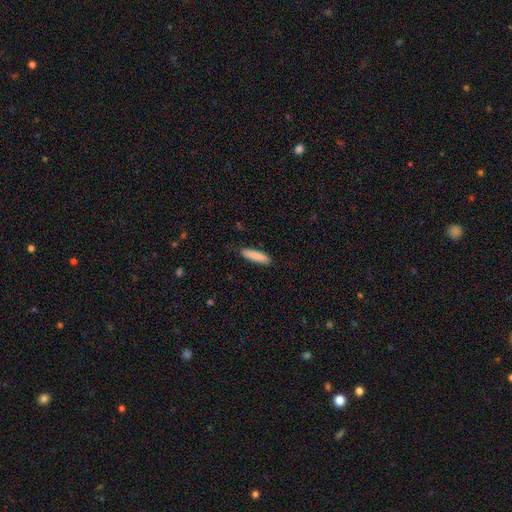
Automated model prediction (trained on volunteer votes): This is clearly a smooth galaxy (87%). How rounded: likely cigar-shaped (78%). Merging: clearly none (86%).